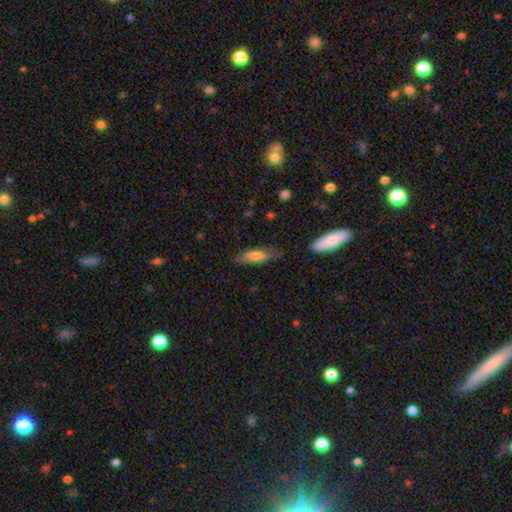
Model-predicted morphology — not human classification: Smooth or featured? smooth (59%)
How rounded? cigar-shaped (52%)
Merging? none (73%)